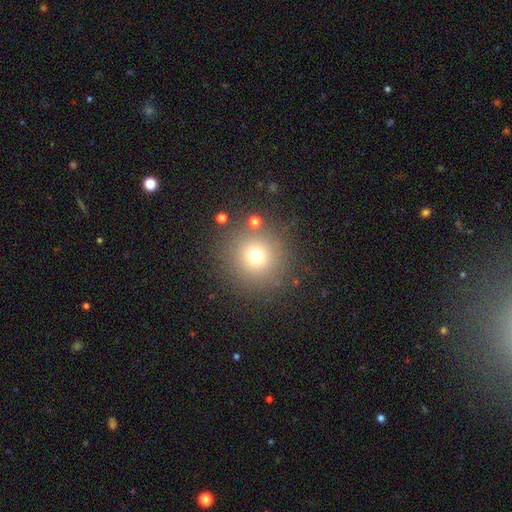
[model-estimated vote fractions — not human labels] Morphology: type=smooth (71%); roundness=round (95%); merging=none (85%).